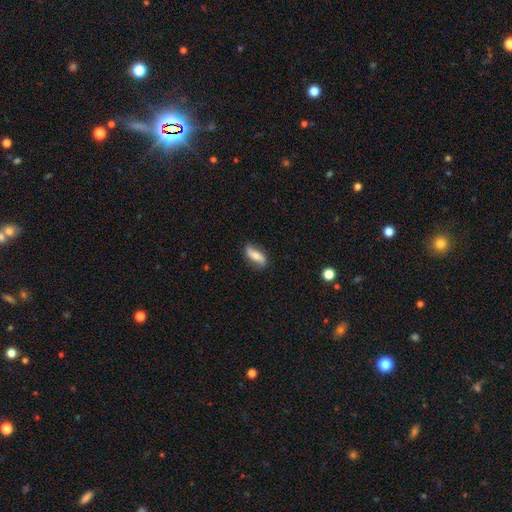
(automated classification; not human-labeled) Smooth or featured?
  - smooth: 49% *
  - featured or disk: 44%
  - star or artifact: 7%
Merging?
  - none: 80% *
  - minor disturbance: 15%
  - major disturbance: 4%
  - merger: 1%